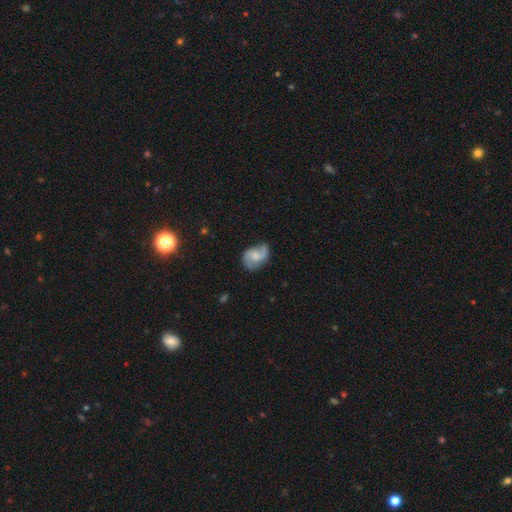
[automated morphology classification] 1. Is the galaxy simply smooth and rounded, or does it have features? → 63% featured or disk, 30% smooth, 7% star or artifact.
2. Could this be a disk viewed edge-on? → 97% no, 3% yes.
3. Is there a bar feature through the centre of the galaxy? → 58% no, 36% weak, 6% strong.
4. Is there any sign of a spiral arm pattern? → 91% yes, 9% no.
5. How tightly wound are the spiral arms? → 47% loose, 39% medium, 14% tight.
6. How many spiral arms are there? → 81% 2, 8% 1, 7% can't tell, 2% 3, 1% 4, 1% more than 4.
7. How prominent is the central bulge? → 44% small, 42% moderate, 10% none, 3% large, 1% dominant.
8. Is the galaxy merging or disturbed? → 56% none, 30% minor disturbance, 12% major disturbance, 2% merger.